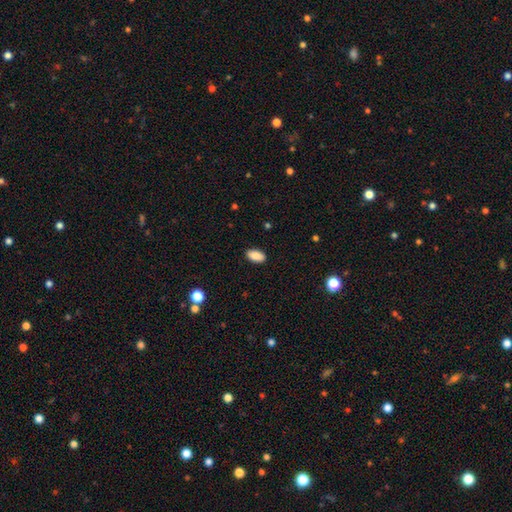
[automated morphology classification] A smooth galaxy with no disk features (89%) that is in between round and cigar-shaped (93%).

Vote fractions:
- Smooth or featured? smooth: 89% / star or artifact: 8% / featured or disk: 4%
- How rounded? in between: 93% / round: 4% / cigar-shaped: 3%
- Merging? none: 88% / minor disturbance: 9% / major disturbance: 2% / merger: 1%